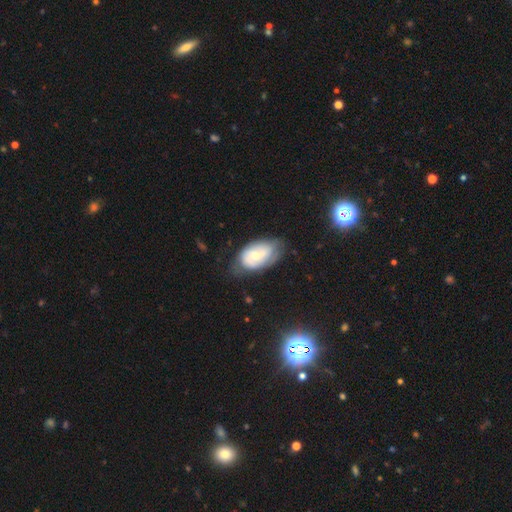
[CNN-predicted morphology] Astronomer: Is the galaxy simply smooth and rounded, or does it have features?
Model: featured or disk — 53% (runner-up: smooth, 40%).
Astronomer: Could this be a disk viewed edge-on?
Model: no — 95%.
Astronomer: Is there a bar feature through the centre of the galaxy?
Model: no — 62%.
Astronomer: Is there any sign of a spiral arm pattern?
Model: yes — 76%.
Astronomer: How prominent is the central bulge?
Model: moderate — 47% (runner-up: small, 46%).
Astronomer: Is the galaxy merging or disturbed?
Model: none — 56% (runner-up: minor disturbance, 31%).